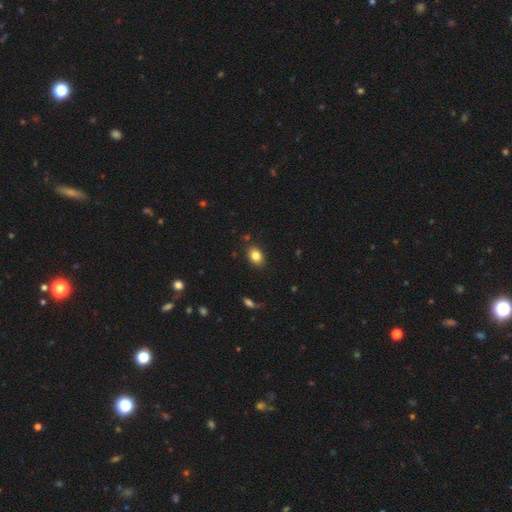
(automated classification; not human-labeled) Smooth or featured: smooth — 84% (star or artifact — 10%)
How rounded: in between — 68% (round — 31%)
Merging: none — 86% (minor disturbance — 10%)